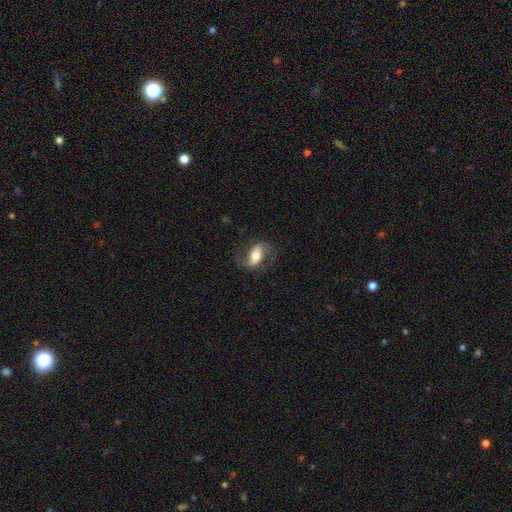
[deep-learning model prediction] Smooth or featured?
  - featured or disk: 58% *
  - smooth: 35%
  - star or artifact: 7%
Edge-on disk?
  - no: 92% *
  - yes: 8%
Bar?
  - strong: 37% *
  - weak: 32%
  - no: 31%
Spiral arms?
  - yes: 82% *
  - no: 18%
Bulge size?
  - moderate: 60% *
  - large: 23%
  - small: 12%
  - dominant: 3%
  - none: 1%
Merging?
  - none: 70% *
  - minor disturbance: 17%
  - major disturbance: 12%
  - merger: 1%